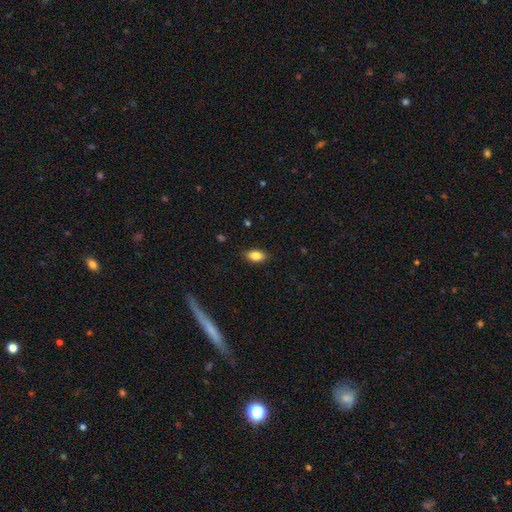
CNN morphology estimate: type=smooth (85%); roundness=in between (90%); merging=none (86%).